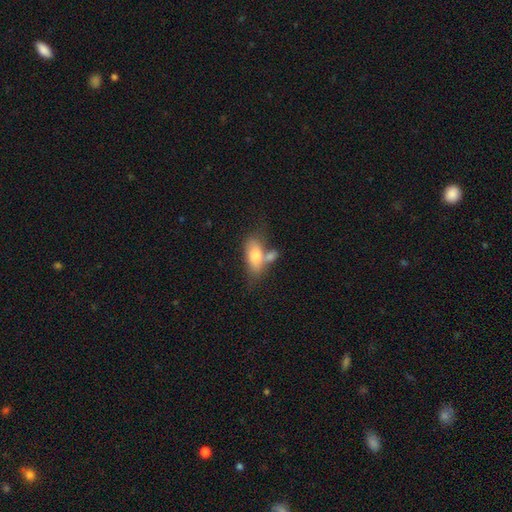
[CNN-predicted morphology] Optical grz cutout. It shows a smooth galaxy with no disk features (73%) that is in between round and cigar-shaped (83%). Merging: merger (38%).